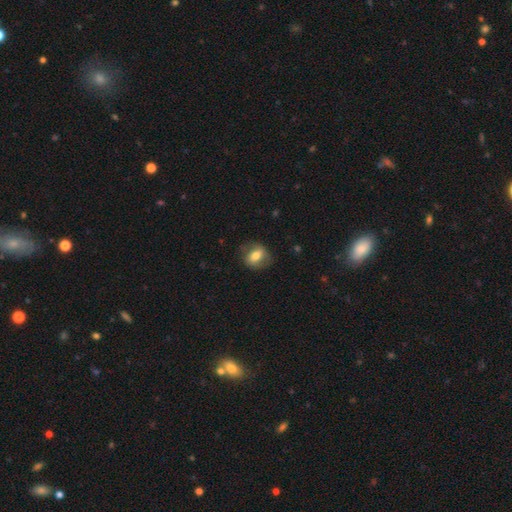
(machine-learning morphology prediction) Smooth or featured: smooth — 65% (featured or disk — 27%)
How rounded: in between — 57% (round — 41%)
Merging: none — 75% (minor disturbance — 17%)